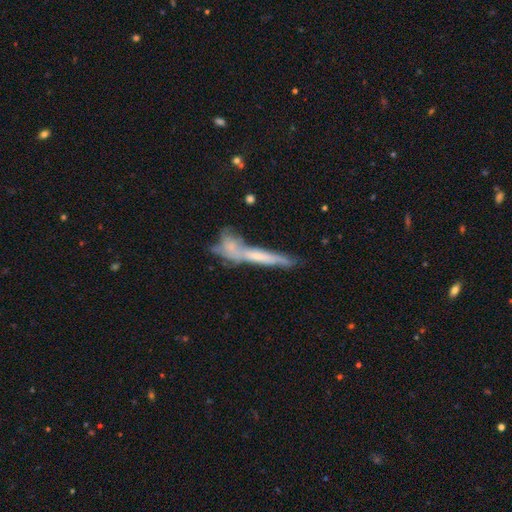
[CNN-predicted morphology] This appears to be a featured or disk galaxy (48%). Merging: merger (43%).